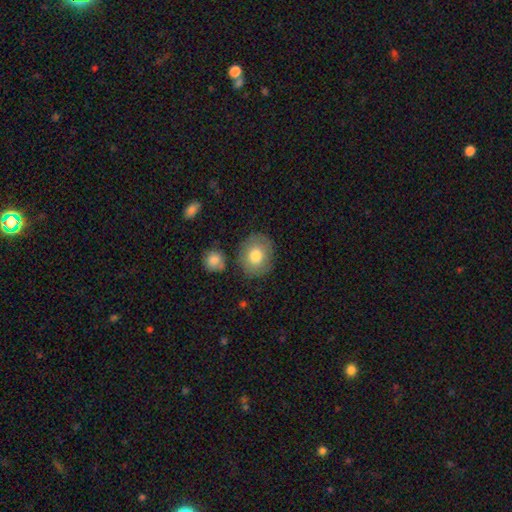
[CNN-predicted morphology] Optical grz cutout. It shows a smooth galaxy with no disk features (78%) that is round (65%). Merging: none (79%).